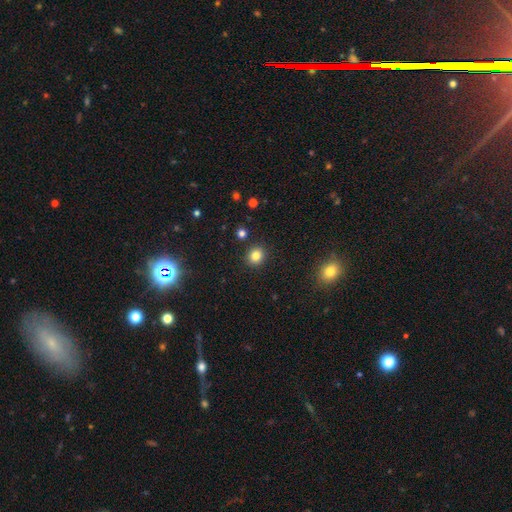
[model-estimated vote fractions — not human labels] A smooth galaxy with no disk features (82%) that is round (85%).

Vote fractions:
- Smooth or featured? smooth: 82% / star or artifact: 13% / featured or disk: 6%
- How rounded? round: 85% / in between: 15% / cigar-shaped: 1%
- Merging? none: 90% / minor disturbance: 6% / merger: 2% / major disturbance: 2%